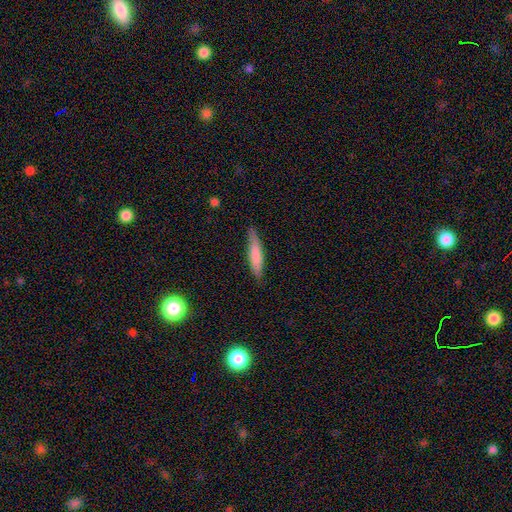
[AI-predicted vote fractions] Q: Smooth or featured?
A: smooth (75%); runner-up: featured or disk (19%)
Q: How rounded?
A: cigar-shaped (83%); runner-up: in between (16%)
Q: Merging?
A: none (82%); runner-up: minor disturbance (14%)